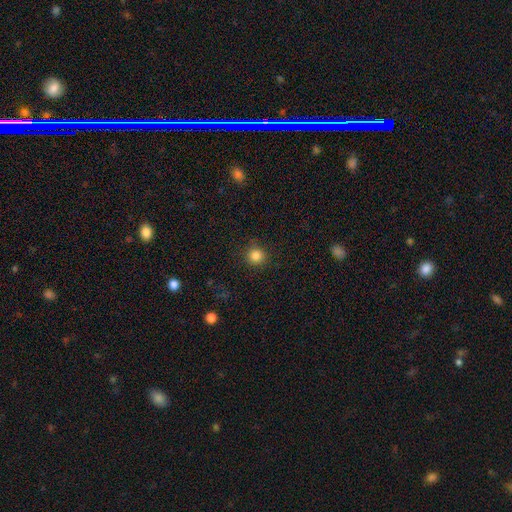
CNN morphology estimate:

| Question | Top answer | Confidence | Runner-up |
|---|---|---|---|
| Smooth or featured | smooth | 84% | star or artifact (12%) |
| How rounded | round | 93% | in between (6%) |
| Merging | none | 88% | minor disturbance (8%) |